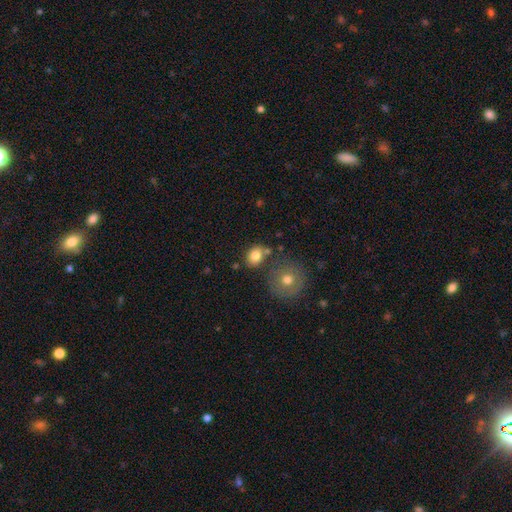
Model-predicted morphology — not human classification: Smooth or featured? smooth (80%)
How rounded? round (58%)
Merging? none (68%)